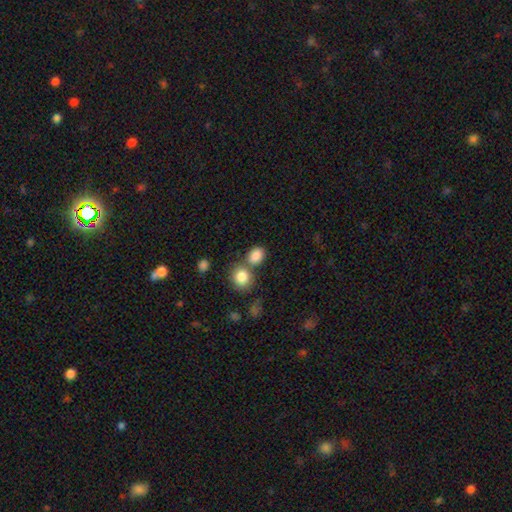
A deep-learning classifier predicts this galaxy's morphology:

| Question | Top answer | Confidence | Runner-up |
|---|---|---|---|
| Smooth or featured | smooth | 85% | star or artifact (9%) |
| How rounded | in between | 54% | round (45%) |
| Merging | none | 57% | merger (29%) |